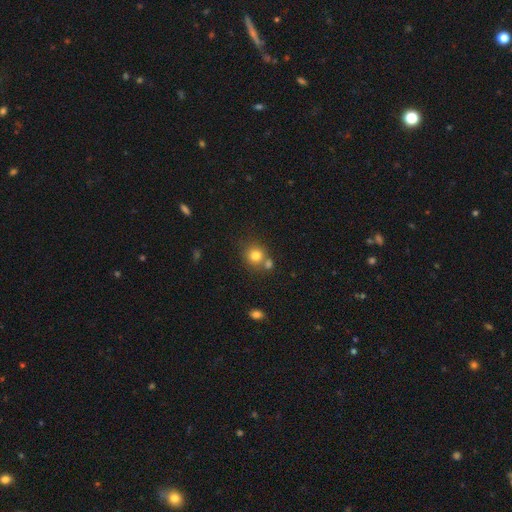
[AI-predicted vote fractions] smooth 79%, star or artifact 12%, featured or disk 9%. Down the decision tree: how rounded — round (87%); merging — none (62%).